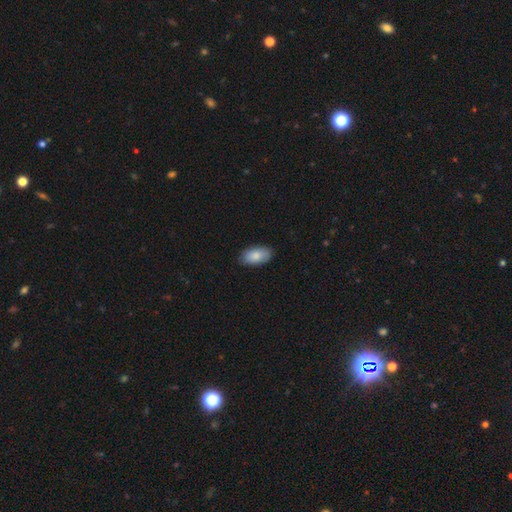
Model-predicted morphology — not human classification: Smooth or featured? Predicted: smooth (p=0.86). How rounded? Predicted: in between (p=0.95). Merging? Predicted: none (p=0.87).